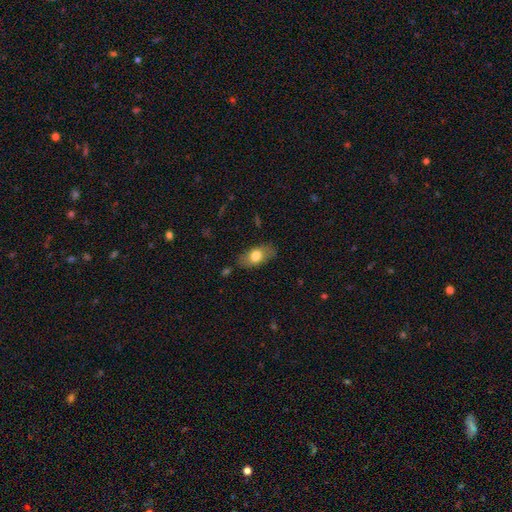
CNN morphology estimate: The model was most divided on "smooth or featured": smooth: 72%, featured or disk: 21%, star or artifact: 7%. More confident: how rounded — in between (89%); merging — none (80%).